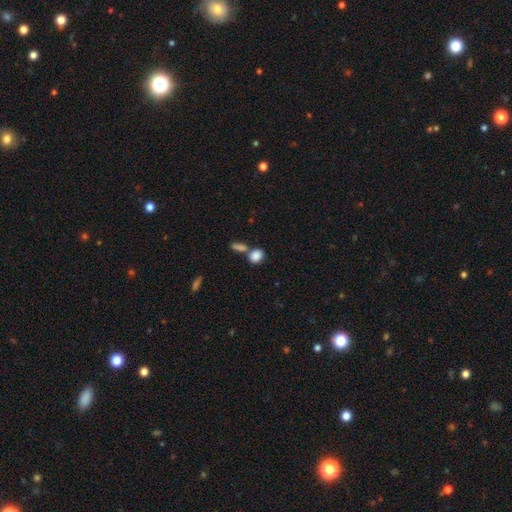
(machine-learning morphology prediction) smooth-or-featured: smooth: 87% | star or artifact: 8% | featured or disk: 6%
  how-rounded: in between: 57% | round: 40% | cigar-shaped: 2%
  merging: none: 49% | merger: 36% | minor disturbance: 10% | major disturbance: 4%